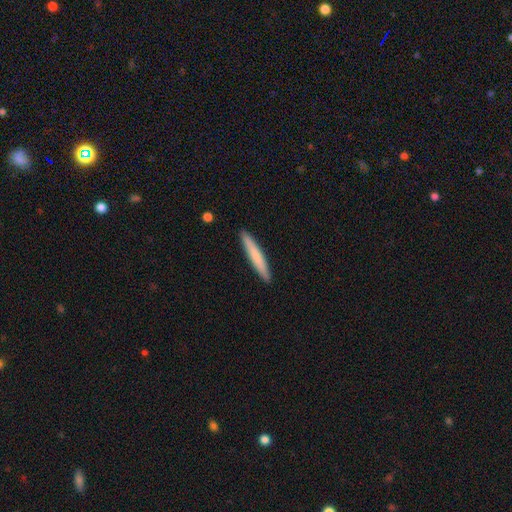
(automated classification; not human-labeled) Smooth or featured? smooth (73%)
How rounded? cigar-shaped (95%)
Merging? none (92%)